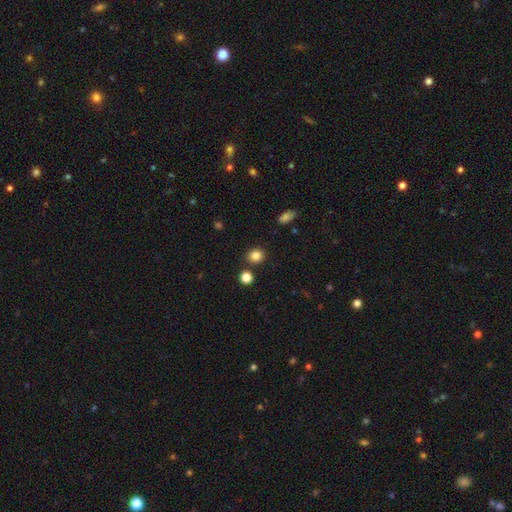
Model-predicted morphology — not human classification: A smooth galaxy with no disk features (84%) that is round (76%). Merging: none (84%).